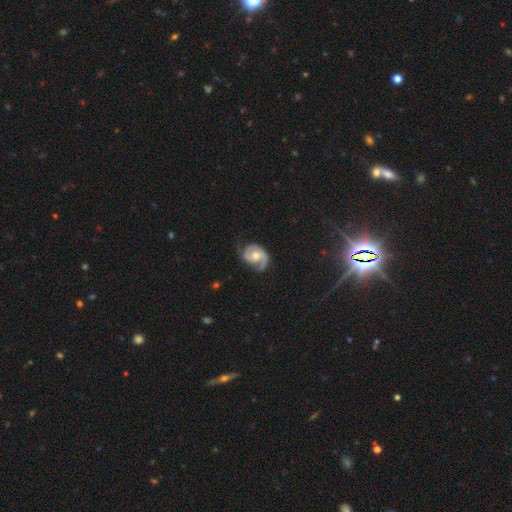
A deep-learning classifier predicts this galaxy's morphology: The model was most divided on "spiral winding": medium: 48%, tight: 32%, loose: 20%. More confident: edge-on disk — no (98%); spiral arms — yes (95%); smooth or featured — featured or disk (84%); spiral arm count — 2 (82%); bulge size — moderate (73%); merging — none (66%); bar — no (59%).